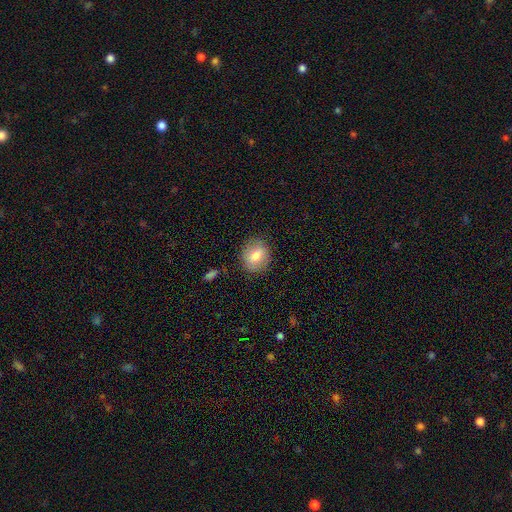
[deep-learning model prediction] Smooth or featured? Predicted: smooth (p=0.73). How rounded? Predicted: round (p=0.68). Merging? Predicted: none (p=0.84).